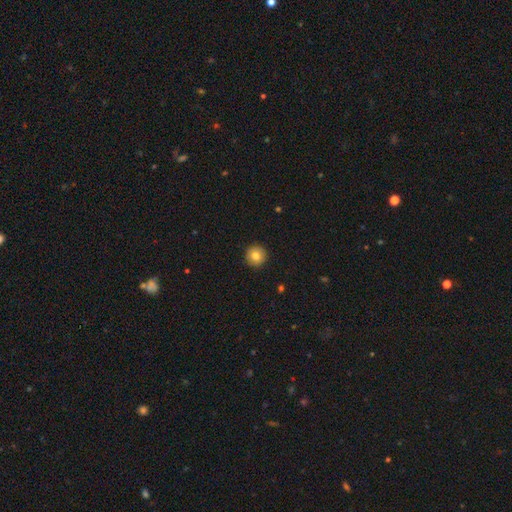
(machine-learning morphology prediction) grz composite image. It shows a smooth galaxy with no disk features (81%) that is round (96%). Merging: none (93%).